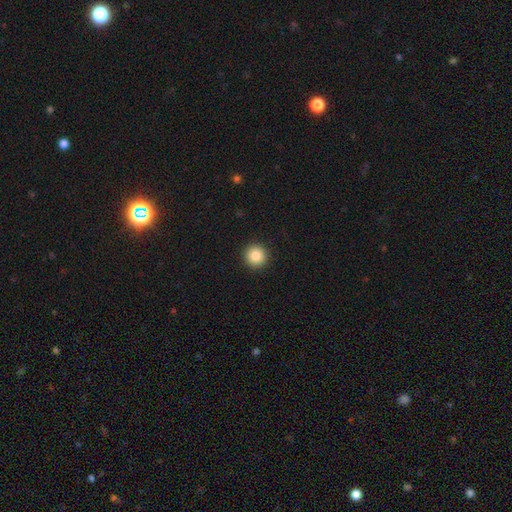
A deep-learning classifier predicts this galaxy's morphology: smooth-or-featured: smooth: 86% | star or artifact: 9% | featured or disk: 5%
  how-rounded: round: 96% | in between: 3% | cigar-shaped: 1%
  merging: none: 93% | minor disturbance: 4% | major disturbance: 1% | merger: 1%